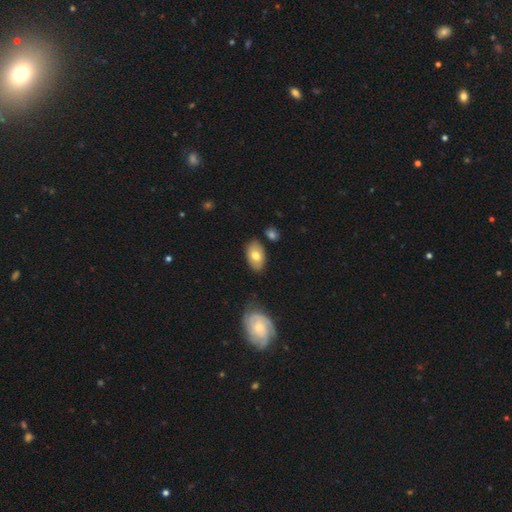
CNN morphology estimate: This is likely a smooth galaxy (69%). How rounded: clearly in between (92%). Merging: likely none (76%).